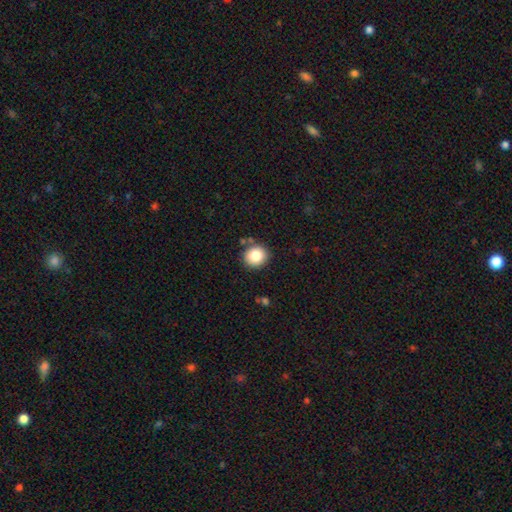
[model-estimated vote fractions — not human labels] The model was most divided on "smooth or featured": smooth: 83%, star or artifact: 10%, featured or disk: 7%. More confident: how rounded — round (87%); merging — none (85%).